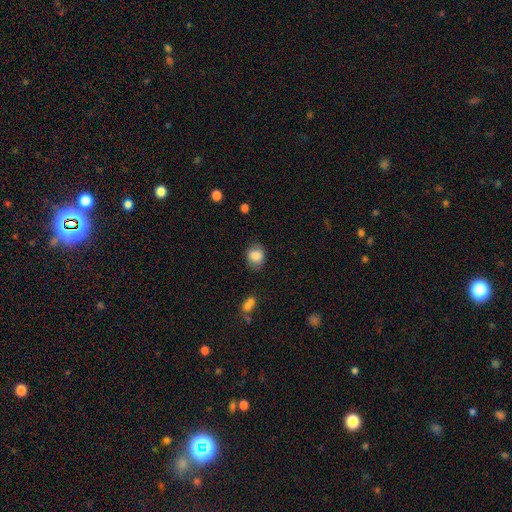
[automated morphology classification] smooth_or_featured: smooth (p=0.81) [alt: featured or disk p=0.10]
how_rounded: round (p=0.56) [alt: in between p=0.43]
merging: none (p=0.77) [alt: minor disturbance p=0.17]